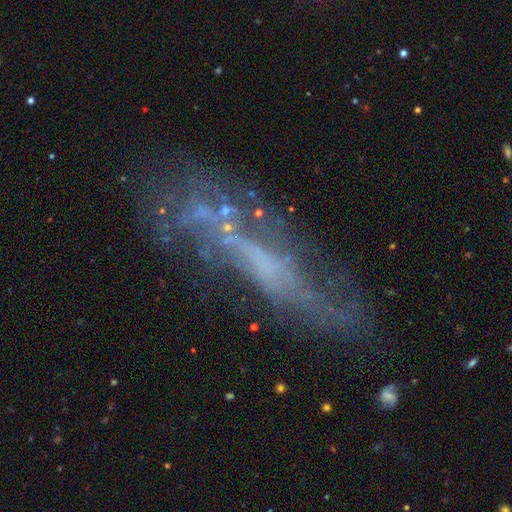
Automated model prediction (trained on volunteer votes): smooth_or_featured: featured or disk (p=0.66) [alt: smooth p=0.21]
disk_edge_on: no (p=0.56) [alt: yes p=0.44]
merging: none (p=0.57) [alt: minor disturbance p=0.21]